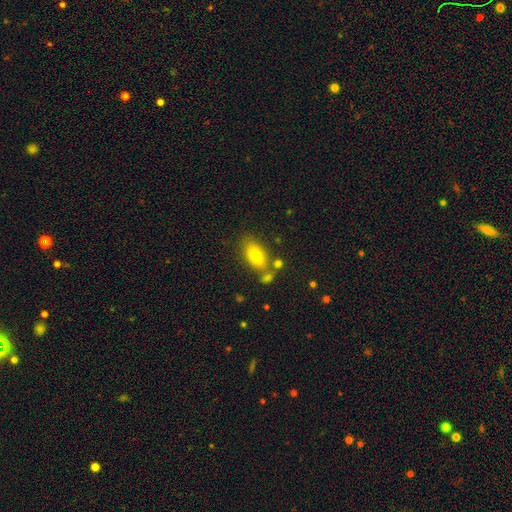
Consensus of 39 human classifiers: Smooth or featured?
  - smooth: 72% *
  - featured or disk: 21%
  - star or artifact: 8%
How rounded?
  - in between: 100% *
  - round: 0%
  - cigar-shaped: 0%
Merging?
  - none: 64% *
  - merger: 19%
  - minor disturbance: 14%
  - major disturbance: 3%